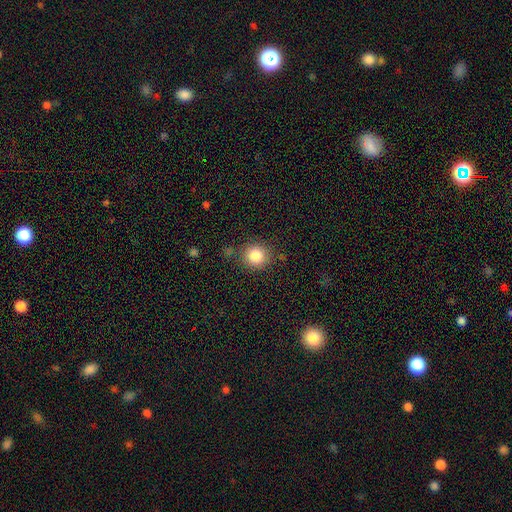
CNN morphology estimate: Smooth or featured? smooth (84%)
How rounded? round (87%)
Merging? none (83%)